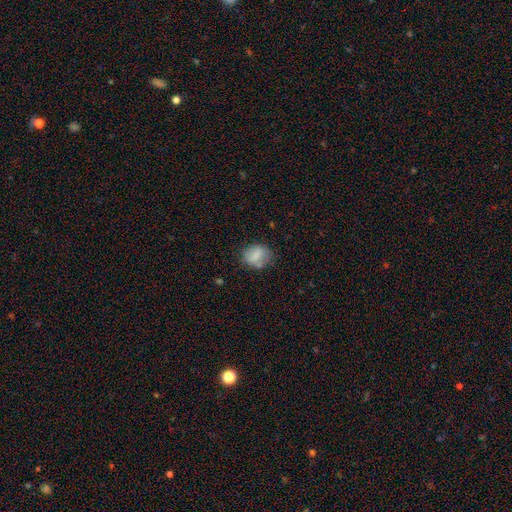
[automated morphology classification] The model was most divided on "how rounded": in between: 52%, round: 46%, cigar-shaped: 1%. More confident: smooth or featured — smooth (77%); merging — none (65%).